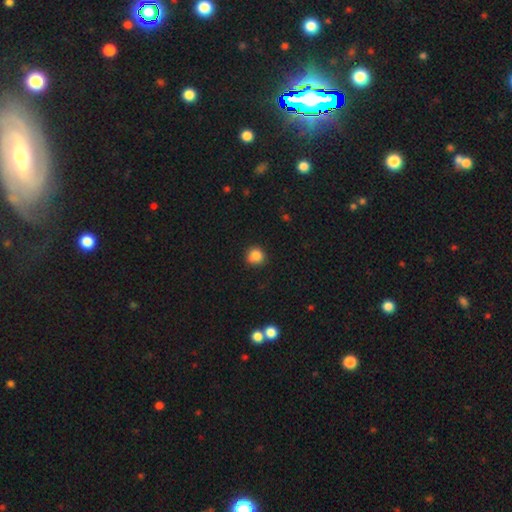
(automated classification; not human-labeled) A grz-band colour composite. It shows a smooth galaxy with no disk features (85%) that is round (90%). Merging: none (86%).